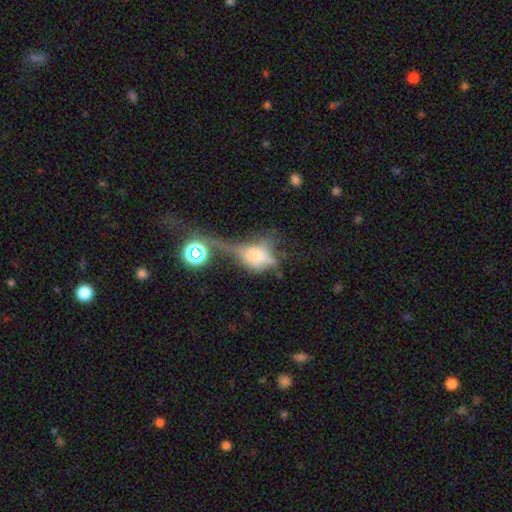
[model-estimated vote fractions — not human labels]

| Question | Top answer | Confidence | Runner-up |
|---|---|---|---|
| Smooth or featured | featured or disk | 42% | smooth (41%) |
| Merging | major disturbance | 33% | none (26%) |